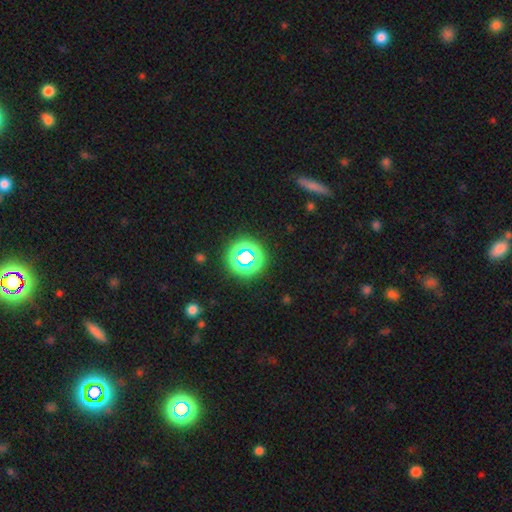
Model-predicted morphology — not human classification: Smooth or featured? Predicted: star or artifact (p=0.54).